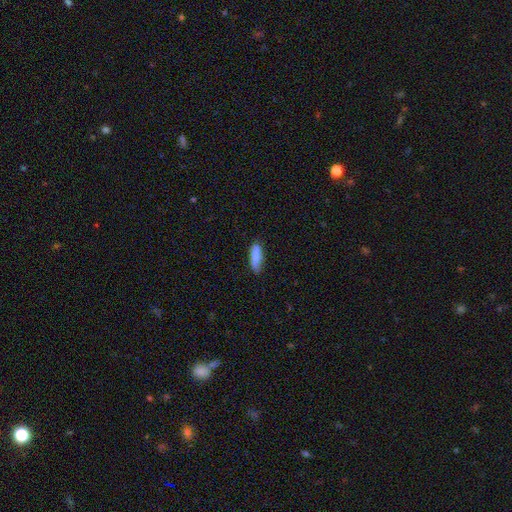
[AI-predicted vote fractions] Smooth or featured: smooth — 85% (featured or disk — 9%)
How rounded: cigar-shaped — 64% (in between — 34%)
Merging: none — 77% (minor disturbance — 18%)